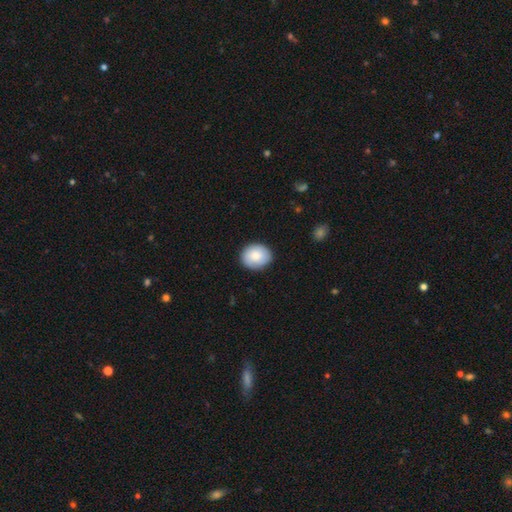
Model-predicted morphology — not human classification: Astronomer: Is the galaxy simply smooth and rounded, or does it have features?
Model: smooth — 84%.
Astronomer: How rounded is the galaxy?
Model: round — 64%.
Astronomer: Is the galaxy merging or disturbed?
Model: none — 87%.